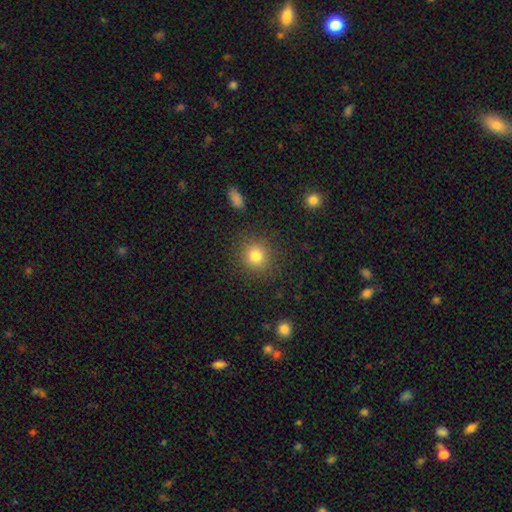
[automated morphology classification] Smooth or featured? smooth (81%)
How rounded? round (88%)
Merging? none (87%)